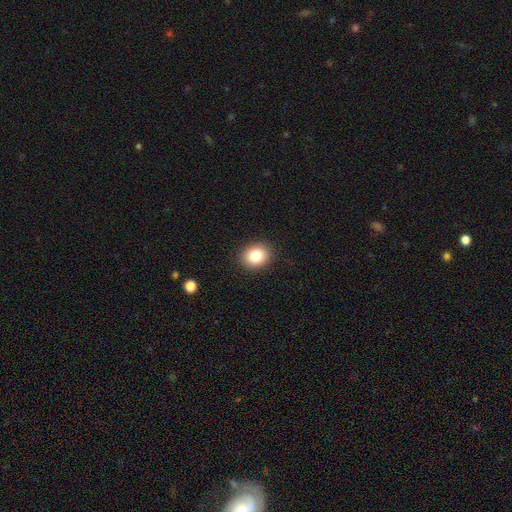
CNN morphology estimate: Q: Smooth or featured?
A: smooth (82%); runner-up: star or artifact (10%)
Q: How rounded?
A: round (60%); runner-up: in between (40%)
Q: Merging?
A: none (90%); runner-up: minor disturbance (7%)